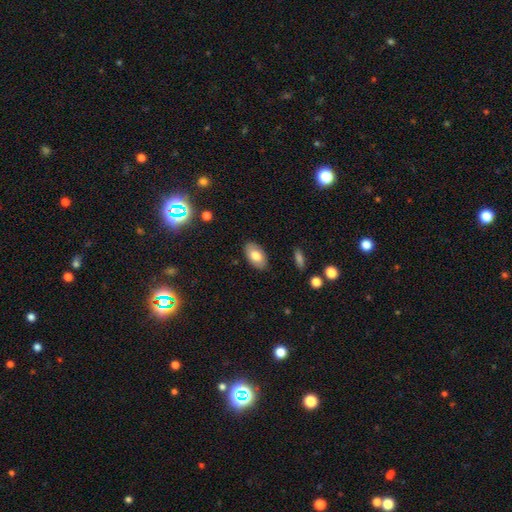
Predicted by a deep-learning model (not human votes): Q: Smooth or featured?
A: smooth (77%); runner-up: featured or disk (16%)
Q: How rounded?
A: in between (93%); runner-up: round (5%)
Q: Merging?
A: none (85%); runner-up: minor disturbance (11%)